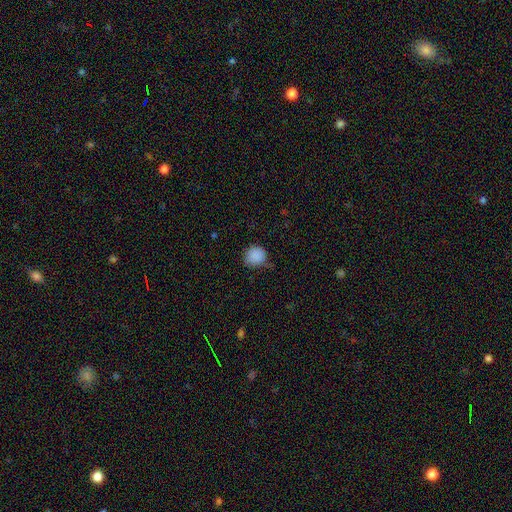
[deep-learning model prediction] Smooth or featured?
  - smooth: 87% *
  - star or artifact: 9%
  - featured or disk: 4%
How rounded?
  - round: 85% *
  - in between: 14%
  - cigar-shaped: 1%
Merging?
  - none: 61% *
  - minor disturbance: 30%
  - major disturbance: 6%
  - merger: 2%